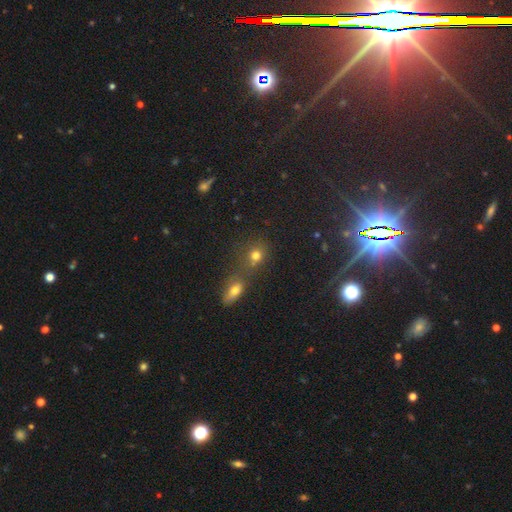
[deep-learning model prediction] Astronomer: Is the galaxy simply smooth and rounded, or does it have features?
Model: smooth — 73%.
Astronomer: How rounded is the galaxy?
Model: round — 72%.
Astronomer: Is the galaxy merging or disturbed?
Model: none — 48% (runner-up: merger, 40%).